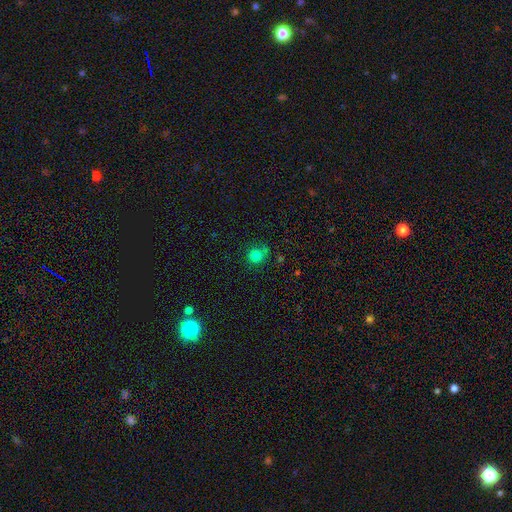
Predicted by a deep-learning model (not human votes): Morphology: type=smooth (81%); roundness=round (87%); merging=none (68%).